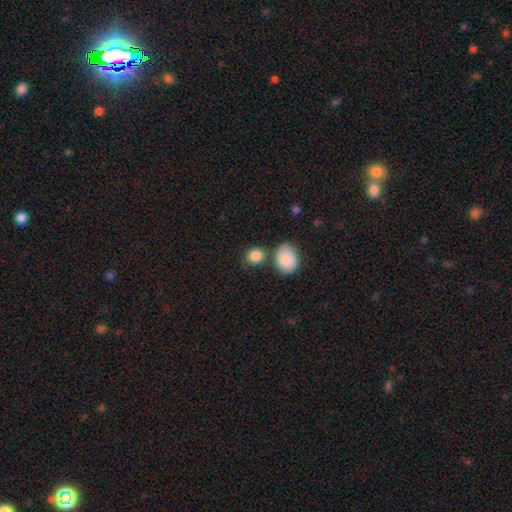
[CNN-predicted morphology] Smooth or featured? smooth (87%)
How rounded? round (75%)
Merging? none (67%)